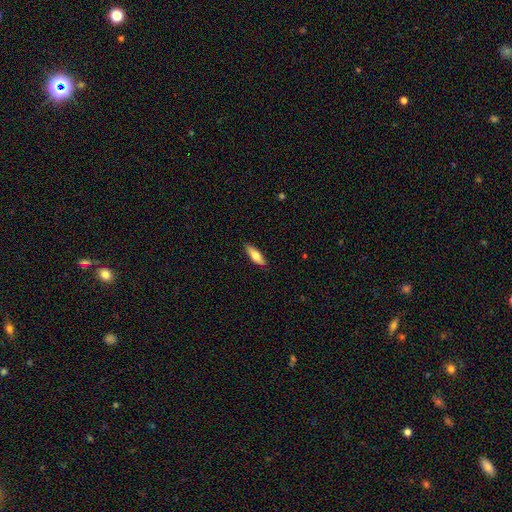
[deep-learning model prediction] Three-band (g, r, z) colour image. It shows a smooth galaxy with no disk features (71%) that is in between round and cigar-shaped (50%). Merging: none (85%).